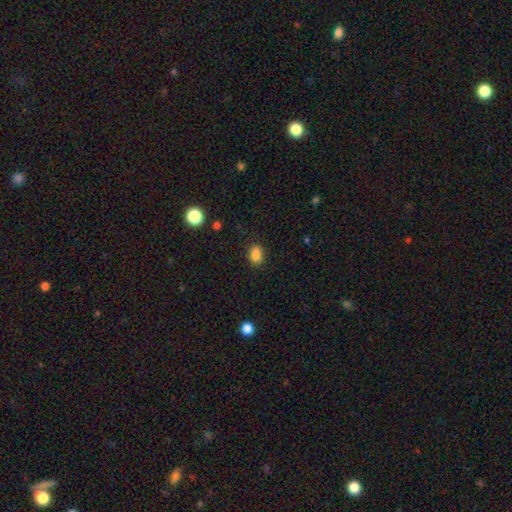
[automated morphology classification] Q: Smooth or featured?
A: smooth (81%); runner-up: star or artifact (12%)
Q: How rounded?
A: in between (59%); runner-up: round (40%)
Q: Merging?
A: none (65%); runner-up: minor disturbance (17%)